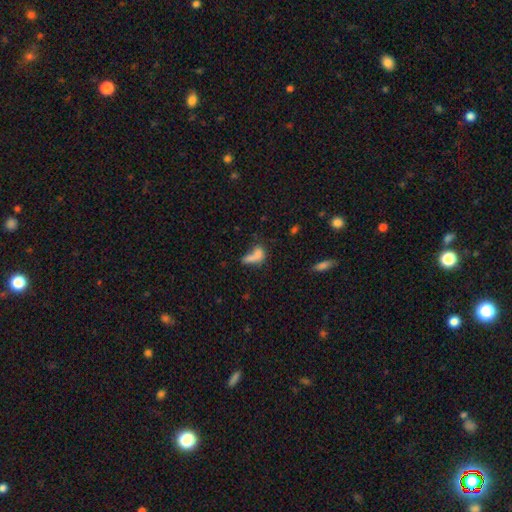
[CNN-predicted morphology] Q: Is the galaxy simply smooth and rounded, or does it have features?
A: smooth — 70%.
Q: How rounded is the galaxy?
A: in between — 68%.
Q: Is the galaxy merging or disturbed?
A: merger — 44%.